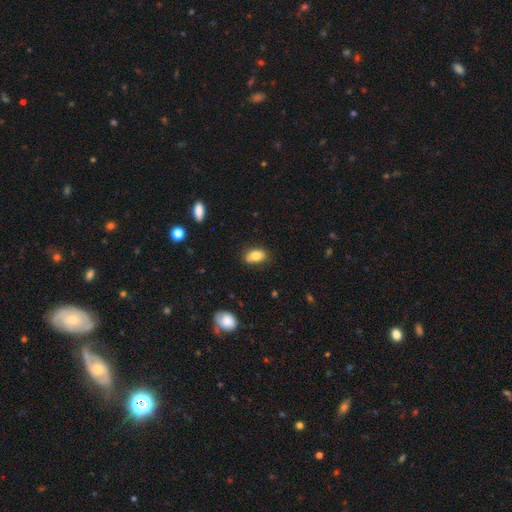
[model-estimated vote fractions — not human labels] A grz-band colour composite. It shows a smooth galaxy with no disk features (81%) that is in between round and cigar-shaped (87%). Merging: none (72%).